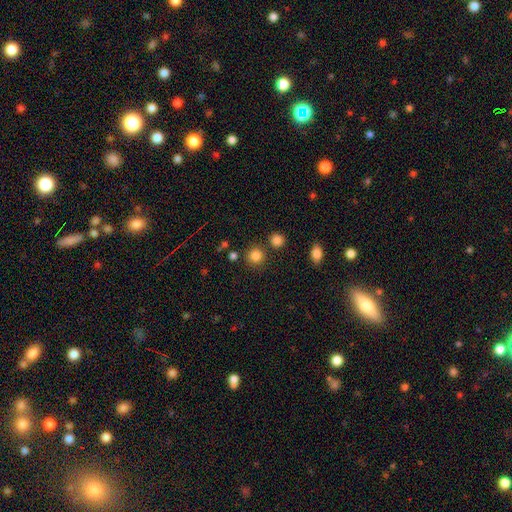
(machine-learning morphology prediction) A smooth galaxy with no disk features (83%) that is round (92%).

Vote fractions:
- Smooth or featured? smooth: 83% / star or artifact: 12% / featured or disk: 4%
- How rounded? round: 92% / in between: 7% / cigar-shaped: 1%
- Merging? none: 83% / merger: 7% / minor disturbance: 7% / major disturbance: 3%